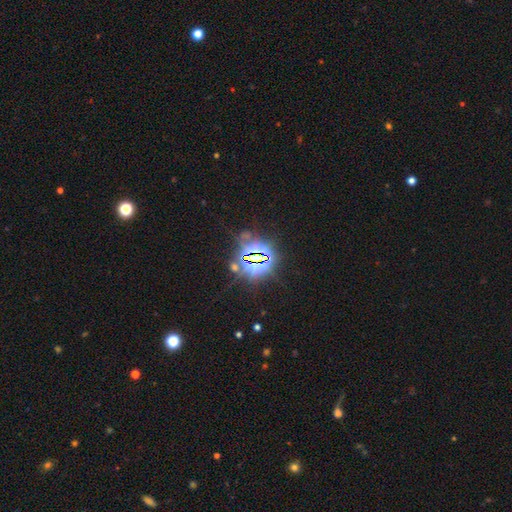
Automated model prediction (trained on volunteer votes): smooth_or_featured: star or artifact (p=0.81) [alt: smooth p=0.11]